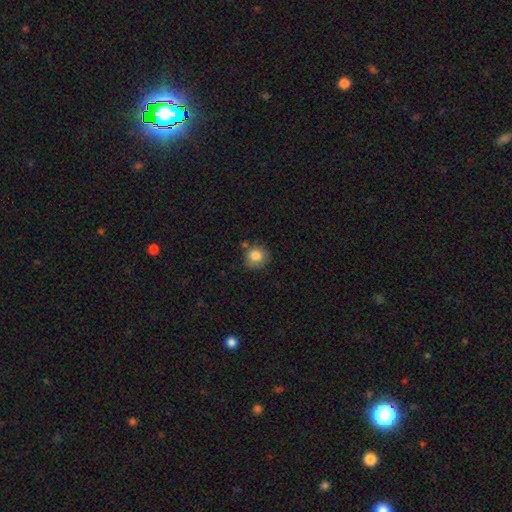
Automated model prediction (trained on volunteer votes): Q: Smooth or featured?
A: smooth (83%); runner-up: star or artifact (10%)
Q: How rounded?
A: round (86%); runner-up: in between (14%)
Q: Merging?
A: none (74%); runner-up: minor disturbance (17%)